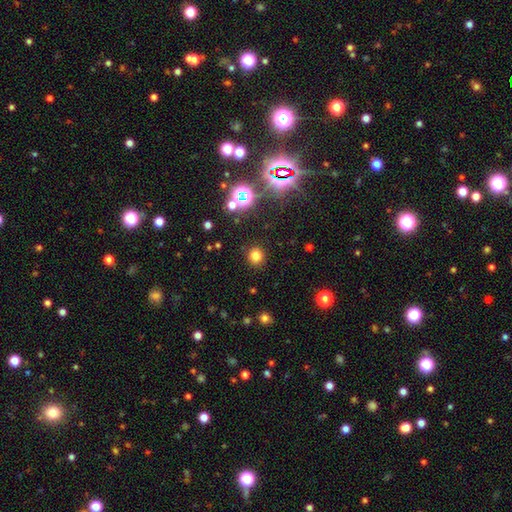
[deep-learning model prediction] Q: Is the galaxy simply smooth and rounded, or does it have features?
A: smooth — 75%.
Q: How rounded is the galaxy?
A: round — 88%.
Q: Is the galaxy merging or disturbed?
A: none — 89%.